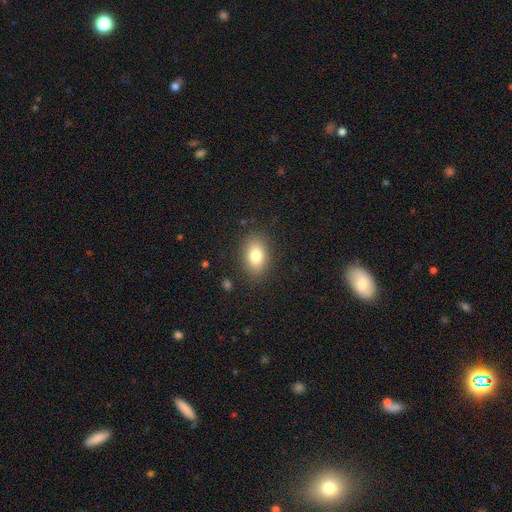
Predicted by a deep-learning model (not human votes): Q: Smooth or featured?
A: smooth (80%); runner-up: featured or disk (11%)
Q: How rounded?
A: in between (83%); runner-up: round (16%)
Q: Merging?
A: none (85%); runner-up: minor disturbance (10%)